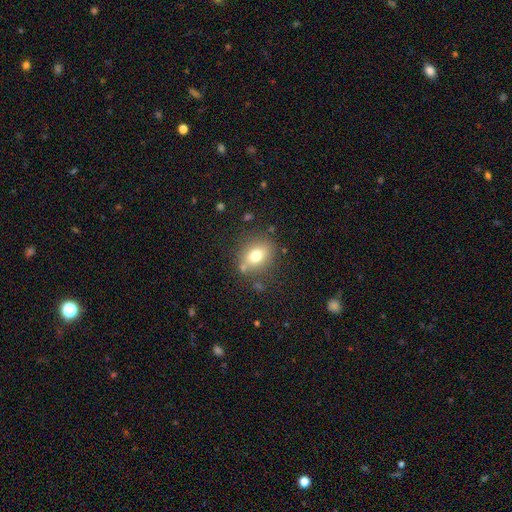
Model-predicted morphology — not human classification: Overall: smooth (72%). How rounded: in between (54%; round 45%). Merging: none (77%).